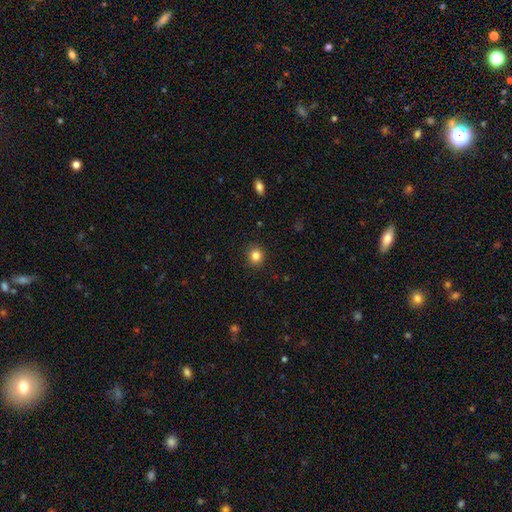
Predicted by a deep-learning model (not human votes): Overall: smooth (83%). How rounded: round (88%). Merging: none (91%).